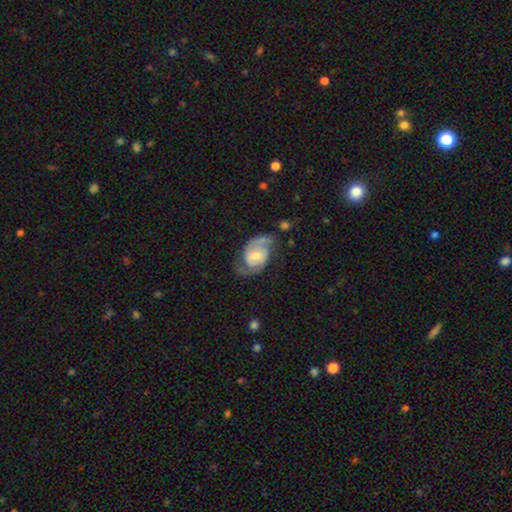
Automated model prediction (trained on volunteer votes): Morphology: type=featured or disk (82%); edge-on=no (97%); bar=weak (44%, tied with no); spiral arms=yes (94%); winding=medium (50%); arm count=2 (90%); bulge=moderate (42%, tied with small); merging=none (62%).